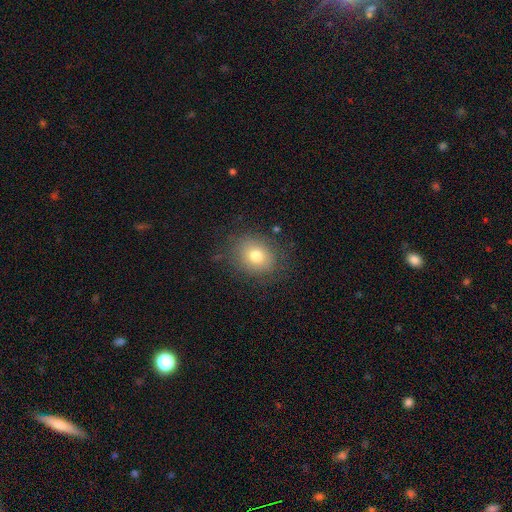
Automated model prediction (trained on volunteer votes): This is likely a smooth galaxy (74%). How rounded: possibly round (60%). Merging: likely none (79%).